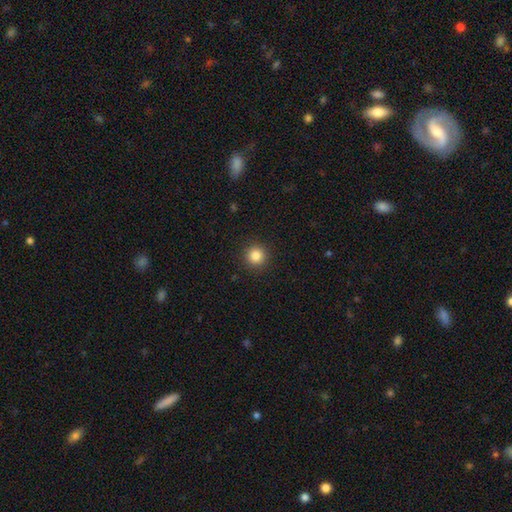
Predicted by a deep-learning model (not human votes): Overall: smooth (84%). How rounded: round (95%). Merging: none (92%).